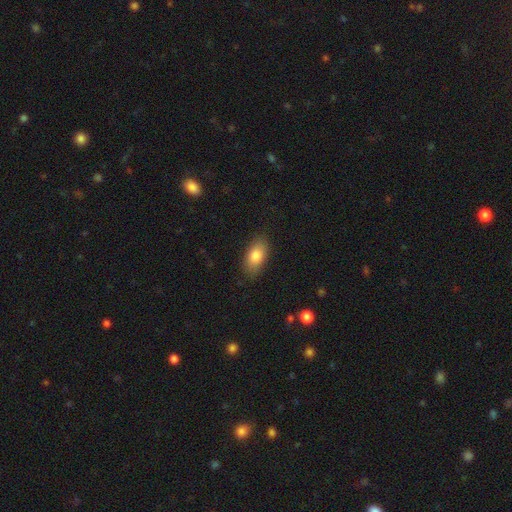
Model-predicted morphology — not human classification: Overall: smooth (82%). How rounded: in between (90%). Merging: none (84%).